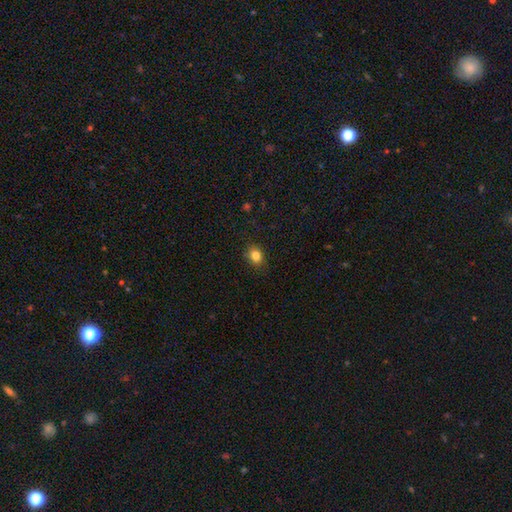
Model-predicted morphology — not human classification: Smooth or featured: smooth — 83% (star or artifact — 11%)
How rounded: round — 58% (in between — 41%)
Merging: none — 85% (minor disturbance — 12%)